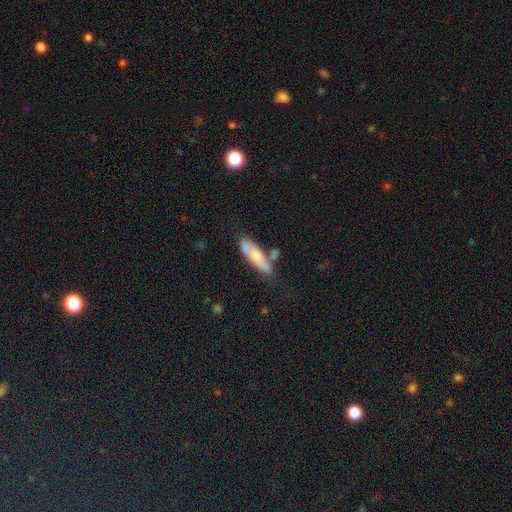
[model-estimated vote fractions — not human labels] Smooth or featured?
  - smooth: 60% *
  - featured or disk: 33%
  - star or artifact: 7%
How rounded?
  - cigar-shaped: 60% *
  - in between: 37%
  - round: 3%
Merging?
  - none: 60% *
  - minor disturbance: 20%
  - merger: 14%
  - major disturbance: 6%